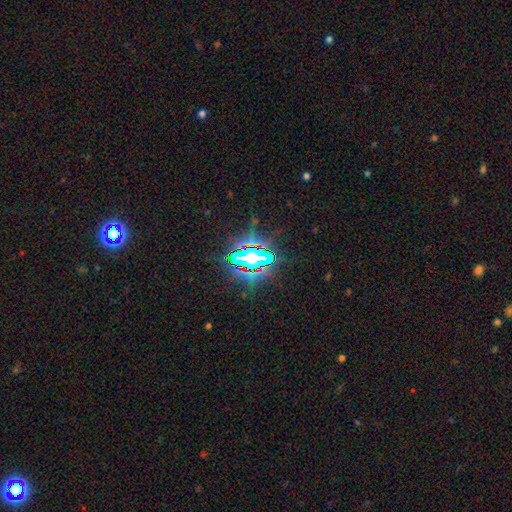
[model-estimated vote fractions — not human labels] A star or artifact, not a galaxy (74%).